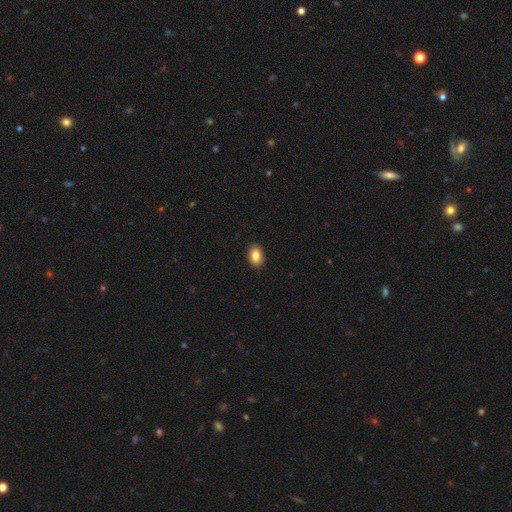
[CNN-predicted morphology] smooth 86%, star or artifact 8%, featured or disk 6%. Down the decision tree: how rounded — in between (83%); merging — none (91%).